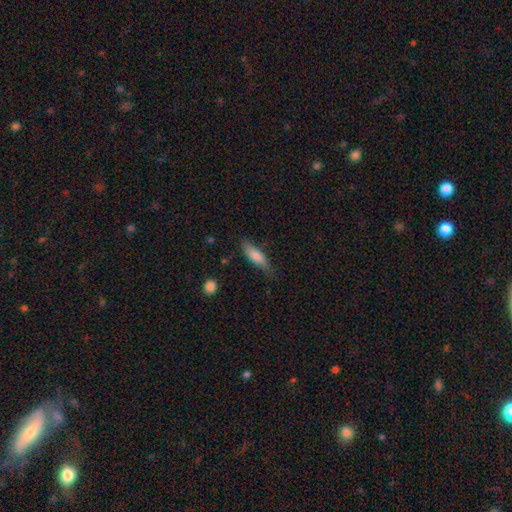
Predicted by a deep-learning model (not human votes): Smooth or featured?
  - smooth: 74% *
  - featured or disk: 20%
  - star or artifact: 7%
How rounded?
  - cigar-shaped: 55% *
  - in between: 43%
  - round: 2%
Merging?
  - none: 73% *
  - minor disturbance: 21%
  - major disturbance: 4%
  - merger: 2%